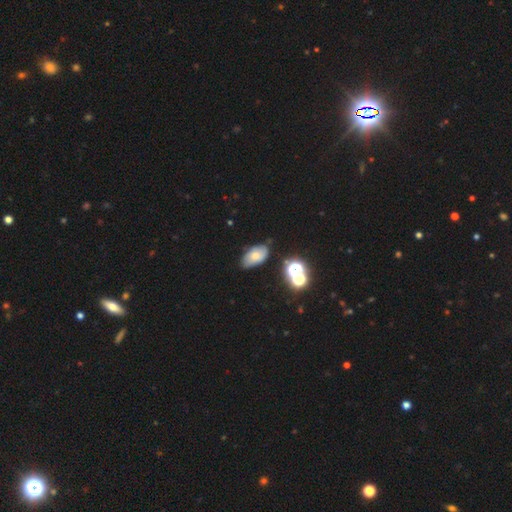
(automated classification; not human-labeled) This appears to be a smooth galaxy with no disk features (56%) that is in between round and cigar-shaped (90%). Merging: none (67%).